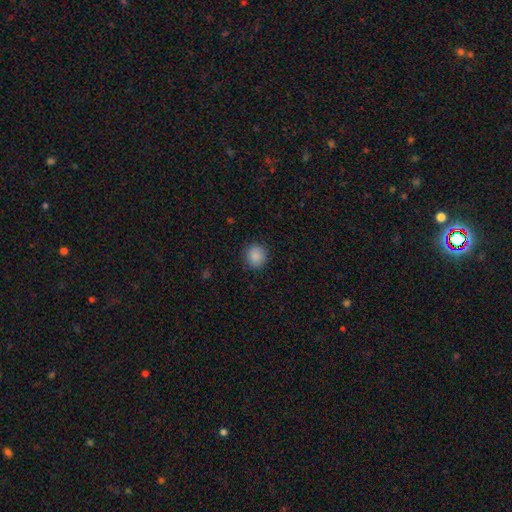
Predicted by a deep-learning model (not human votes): This is clearly a smooth galaxy (88%). How rounded: clearly round (87%). Merging: clearly none (90%).